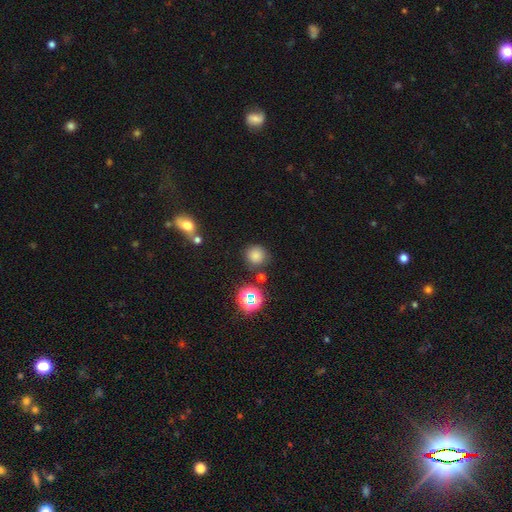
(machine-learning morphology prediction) Smooth or featured? Predicted: smooth (p=0.75). How rounded? Predicted: round (p=0.91). Merging? Predicted: none (p=0.80).